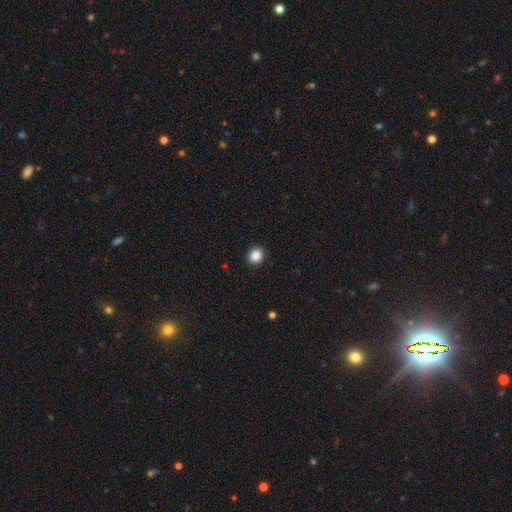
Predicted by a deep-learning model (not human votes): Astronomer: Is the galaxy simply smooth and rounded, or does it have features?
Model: smooth — 87%.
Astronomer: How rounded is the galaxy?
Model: round — 77%.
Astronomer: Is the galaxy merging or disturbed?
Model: none — 92%.